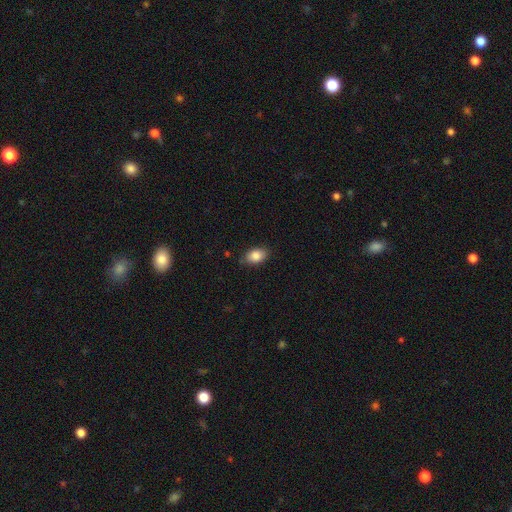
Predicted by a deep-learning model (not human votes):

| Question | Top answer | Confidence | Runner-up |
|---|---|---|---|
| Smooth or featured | smooth | 86% | star or artifact (8%) |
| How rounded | in between | 85% | round (14%) |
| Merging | none | 82% | minor disturbance (15%) |